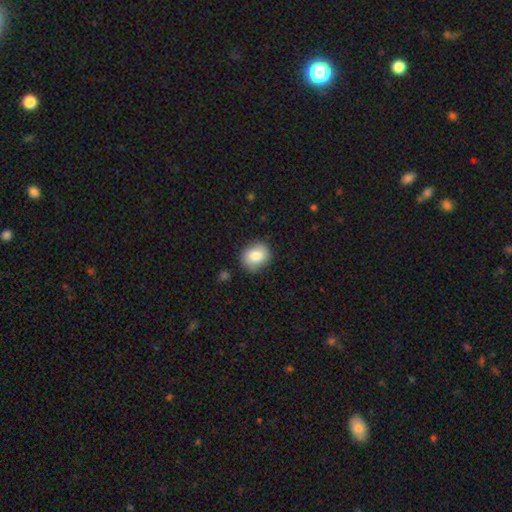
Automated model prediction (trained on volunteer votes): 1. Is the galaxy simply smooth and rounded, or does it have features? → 82% smooth, 10% featured or disk, 8% star or artifact.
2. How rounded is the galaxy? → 71% round, 28% in between, 1% cigar-shaped.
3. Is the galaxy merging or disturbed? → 84% none, 12% minor disturbance, 3% major disturbance, 1% merger.